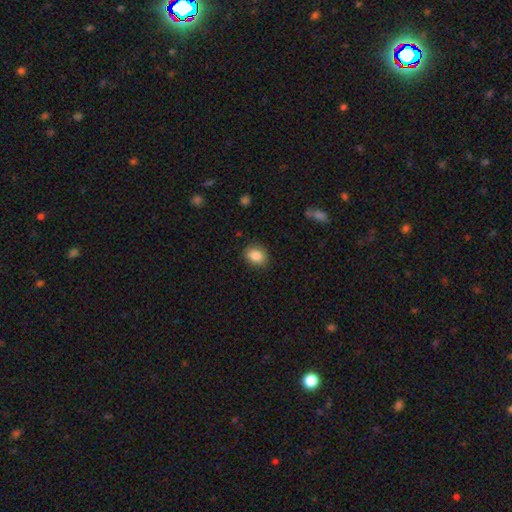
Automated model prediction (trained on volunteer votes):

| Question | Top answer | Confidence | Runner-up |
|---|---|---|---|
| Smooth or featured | smooth | 87% | star or artifact (8%) |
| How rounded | in between | 66% | round (32%) |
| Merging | none | 85% | minor disturbance (11%) |